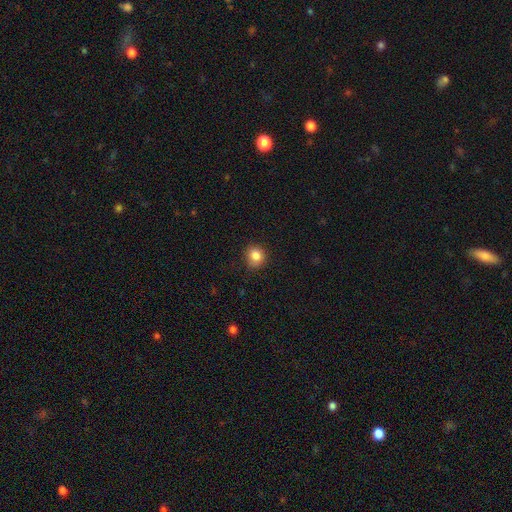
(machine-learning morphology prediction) Smooth or featured: smooth — 84% (star or artifact — 10%)
How rounded: round — 84% (in between — 15%)
Merging: none — 85% (minor disturbance — 12%)